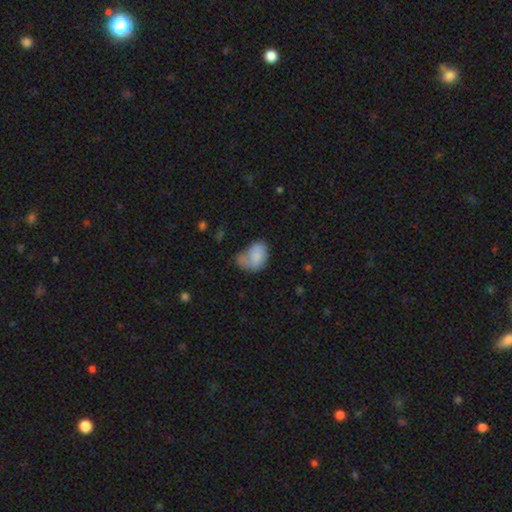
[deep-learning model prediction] smooth-or-featured: smooth: 76% | featured or disk: 17% | star or artifact: 8%
  how-rounded: in between: 77% | round: 22% | cigar-shaped: 1%
  merging: none: 32% | minor disturbance: 29% | major disturbance: 27% | merger: 13%